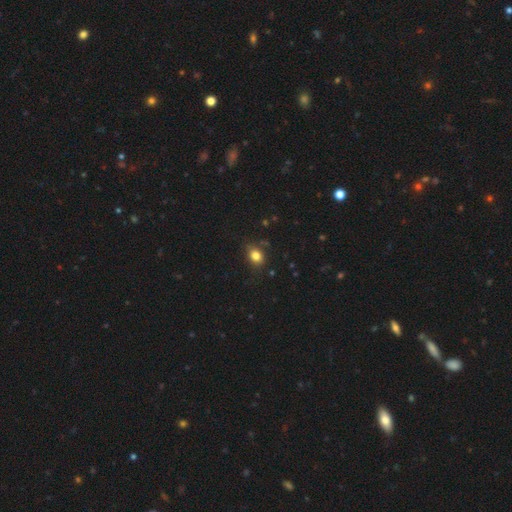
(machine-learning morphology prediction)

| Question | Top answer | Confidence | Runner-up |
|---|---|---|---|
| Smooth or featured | smooth | 82% | star or artifact (11%) |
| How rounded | in between | 63% | round (36%) |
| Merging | none | 78% | minor disturbance (16%) |